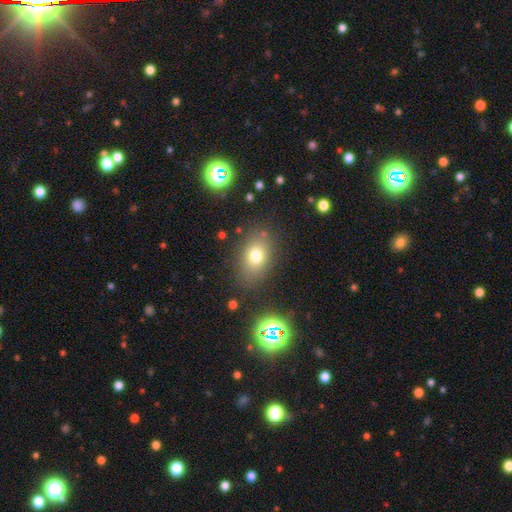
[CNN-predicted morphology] This appears to be a smooth galaxy with no disk features (74%) that is in between round and cigar-shaped (76%). Merging: none (79%).